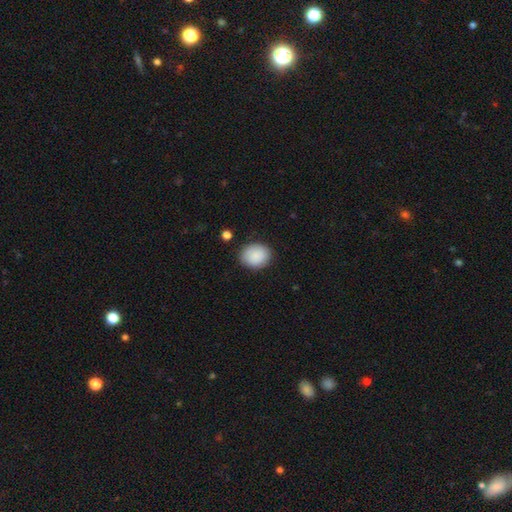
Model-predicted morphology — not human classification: type=smooth (89%); roundness=round (60%); merging=none (84%).